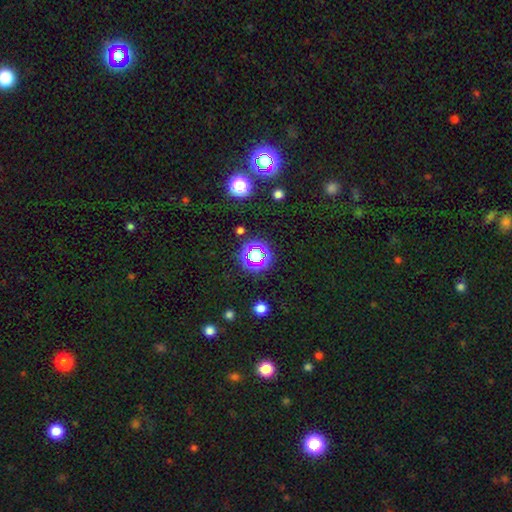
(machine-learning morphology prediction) This is likely a star or artifact rather than a galaxy (65%).